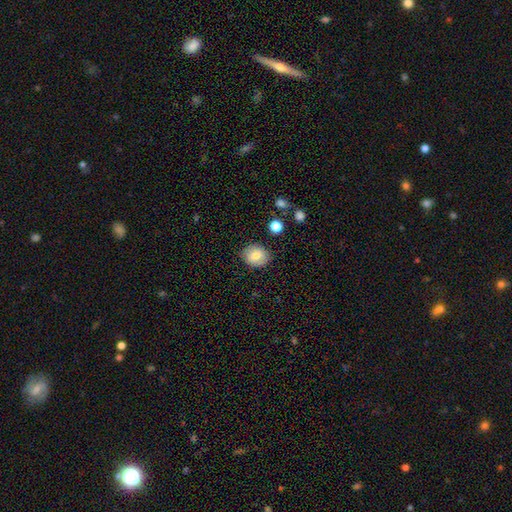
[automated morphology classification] Overall: smooth (79%). How rounded: round (61%; in between 38%). Merging: none (84%).